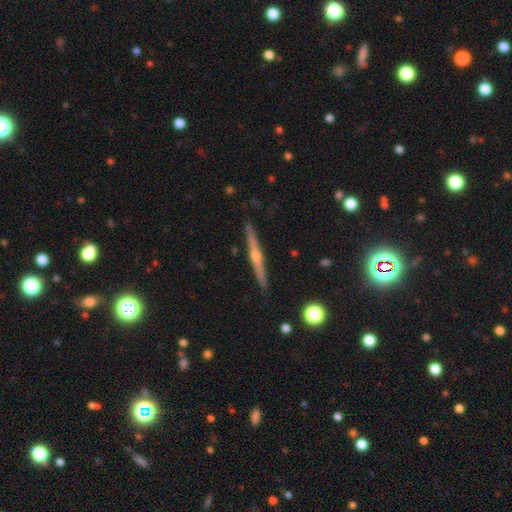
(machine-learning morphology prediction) Smooth or featured? featured or disk (77%)
Edge-on disk? yes (98%)
Edge-on bulge? rounded (86%)
Merging? none (91%)